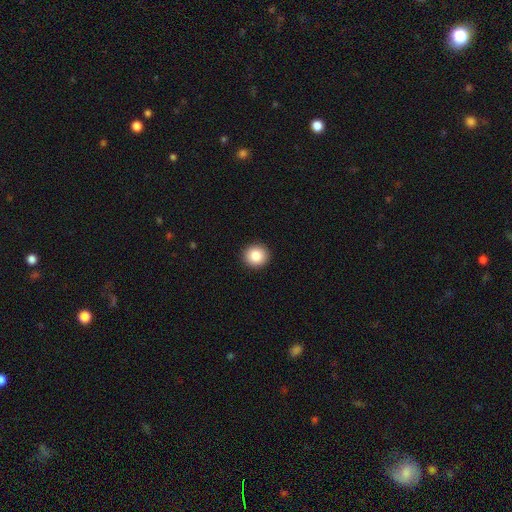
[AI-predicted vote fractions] smooth_or_featured: smooth (p=0.85) [alt: star or artifact p=0.09]
how_rounded: round (p=0.92) [alt: in between p=0.07]
merging: none (p=0.93) [alt: minor disturbance p=0.05]